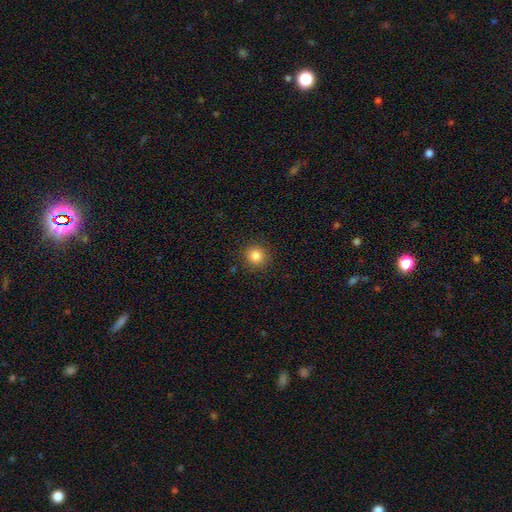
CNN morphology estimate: Overall: smooth (84%). How rounded: round (92%). Merging: none (90%).